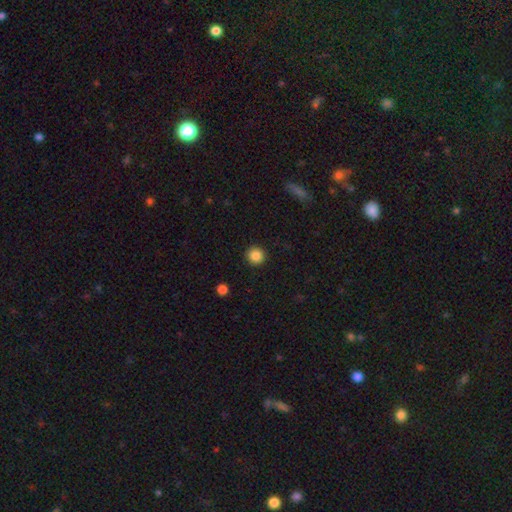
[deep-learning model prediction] Morphology: type=smooth (87%); roundness=round (93%); merging=none (92%).